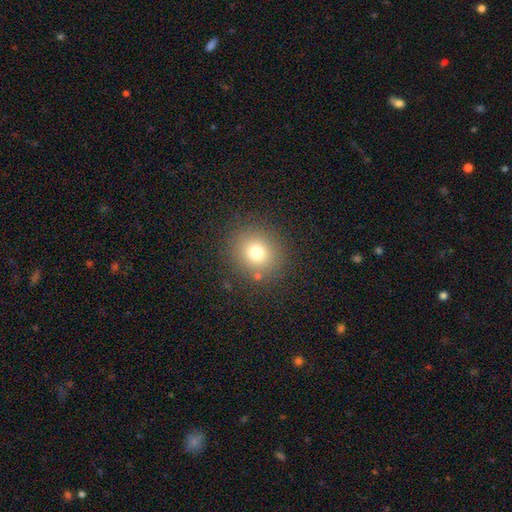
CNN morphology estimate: This is likely a smooth galaxy (74%). How rounded: clearly round (86%). Merging: clearly none (87%).